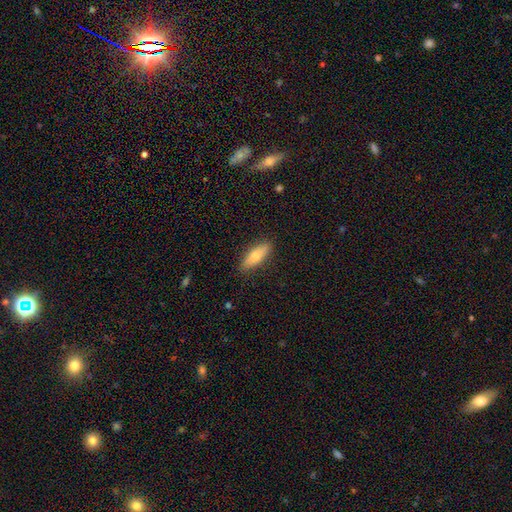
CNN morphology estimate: A smooth galaxy with no disk features (77%) that is in between round and cigar-shaped (52%).

Vote fractions:
- Smooth or featured? smooth: 77% / featured or disk: 17% / star or artifact: 6%
- How rounded? in between: 52% / cigar-shaped: 46% / round: 2%
- Merging? none: 86% / minor disturbance: 10% / major disturbance: 2% / merger: 1%